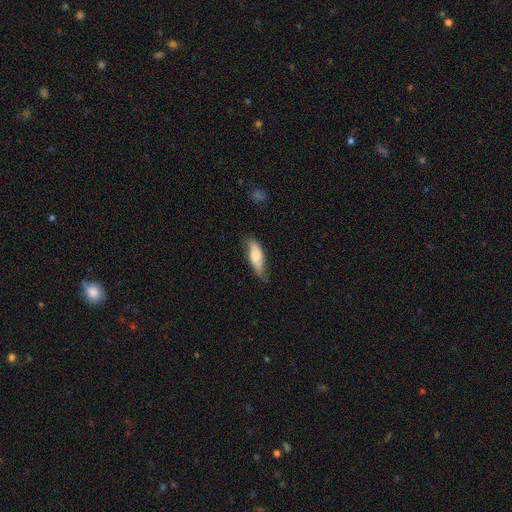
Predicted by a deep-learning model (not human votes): smooth_or_featured: smooth (p=0.69) [alt: featured or disk p=0.25]
how_rounded: in between (p=0.66) [alt: cigar-shaped p=0.31]
merging: none (p=0.52) [alt: minor disturbance p=0.37]